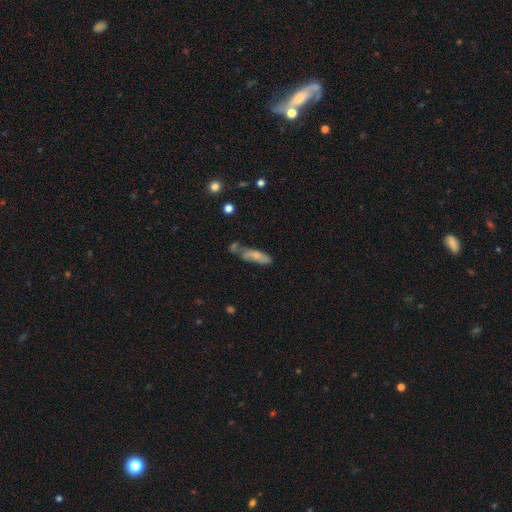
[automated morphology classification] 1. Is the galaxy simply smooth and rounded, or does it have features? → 68% smooth, 25% featured or disk, 7% star or artifact.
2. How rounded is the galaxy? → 50% cigar-shaped, 48% in between, 2% round.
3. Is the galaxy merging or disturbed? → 42% none, 26% minor disturbance, 22% merger, 11% major disturbance.